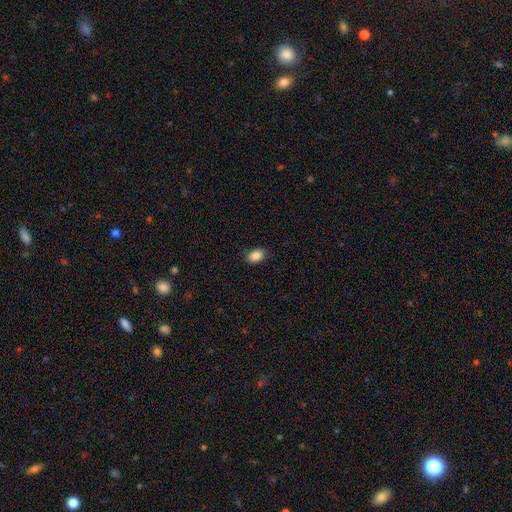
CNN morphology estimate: The model was most divided on "how rounded": in between: 83%, round: 16%, cigar-shaped: 1%. More confident: smooth or featured — smooth (88%); merging — none (85%).